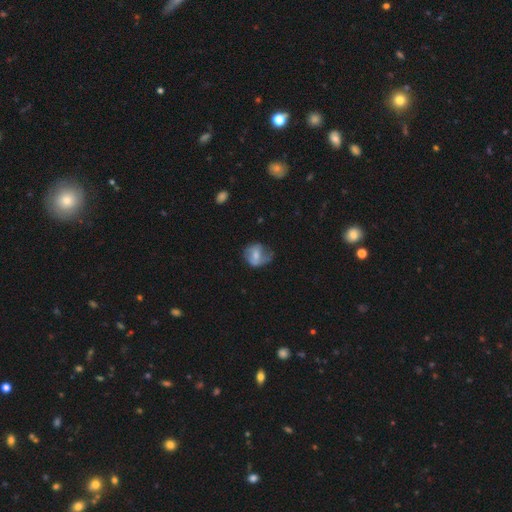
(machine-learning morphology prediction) Smooth or featured? smooth (52%)
How rounded? round (56%)
Merging? none (42%)